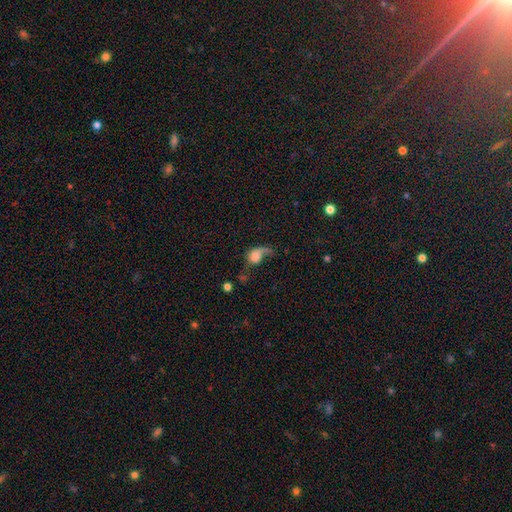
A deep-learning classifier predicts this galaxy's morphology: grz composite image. It shows a smooth galaxy with no disk features (59%) that is in between round and cigar-shaped (53%). Merging: major disturbance (49%).